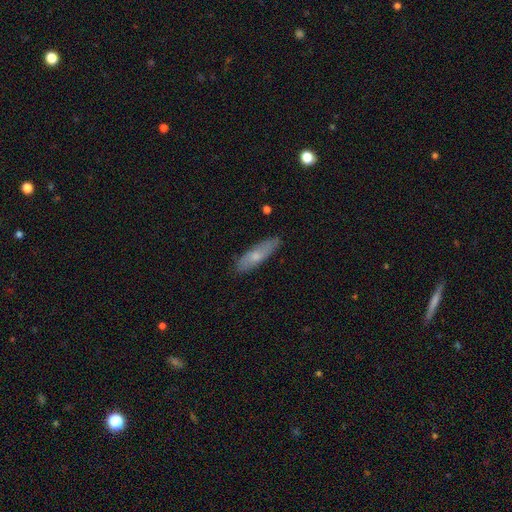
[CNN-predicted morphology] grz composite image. It shows a smooth galaxy with no disk features (63%) that is cigar-shaped (61%). Merging: none (83%).